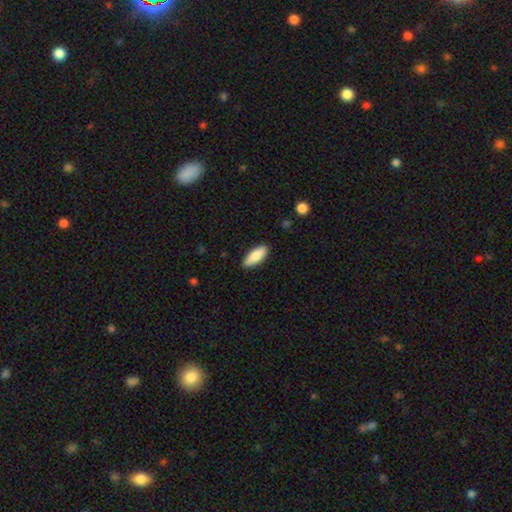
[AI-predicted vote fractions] Smooth or featured?
  - smooth: 83% *
  - featured or disk: 12%
  - star or artifact: 6%
How rounded?
  - in between: 65% *
  - cigar-shaped: 33%
  - round: 2%
Merging?
  - none: 88% *
  - minor disturbance: 9%
  - major disturbance: 2%
  - merger: 1%